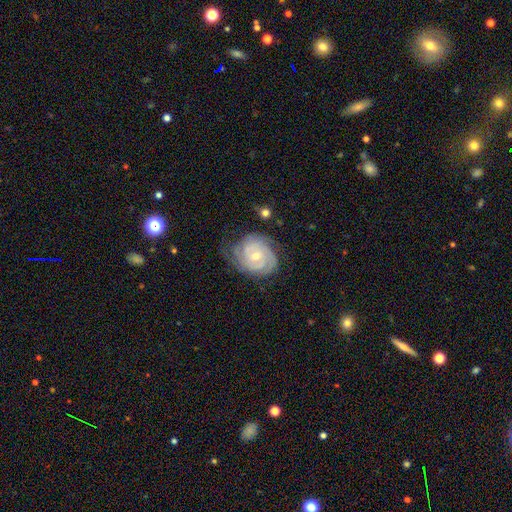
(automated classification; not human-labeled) Morphology: type=featured or disk (86%); edge-on=no (98%); bar=no (66%); spiral arms=yes (97%); winding=tight (75%); arm count=3 (28%, tied with 2); bulge=small (52%); merging=none (67%).